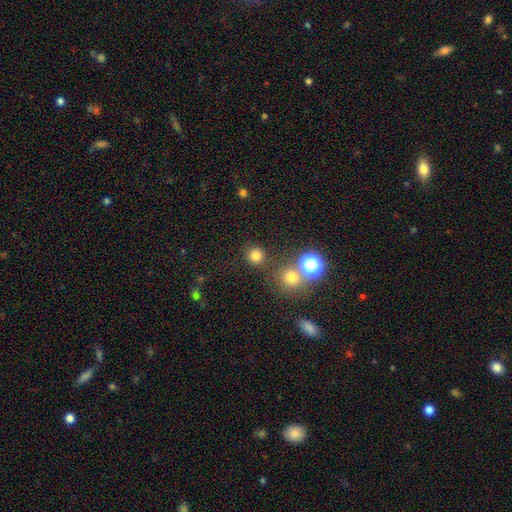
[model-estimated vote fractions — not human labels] The model was most divided on "smooth or featured": smooth: 78%, star or artifact: 17%, featured or disk: 5%. More confident: how rounded — round (90%); merging — none (82%).